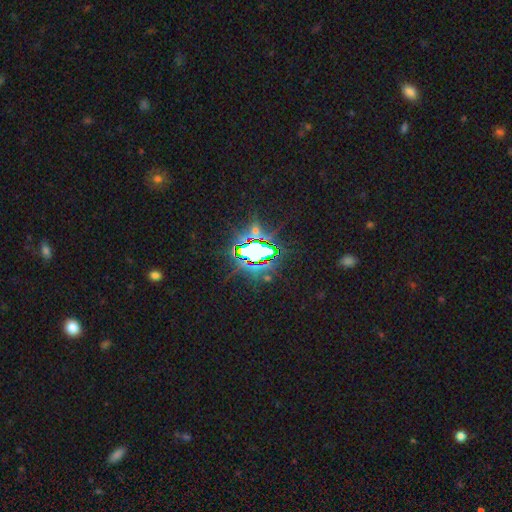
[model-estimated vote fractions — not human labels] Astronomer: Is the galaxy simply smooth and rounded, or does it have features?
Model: star or artifact — 78%.